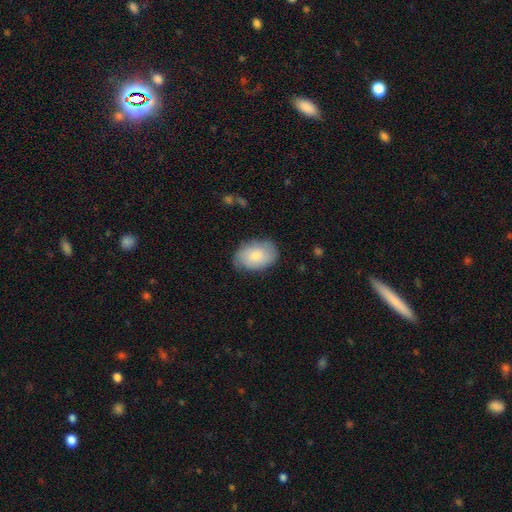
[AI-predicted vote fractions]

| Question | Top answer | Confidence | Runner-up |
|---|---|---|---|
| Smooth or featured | smooth | 75% | featured or disk (19%) |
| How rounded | in between | 87% | round (12%) |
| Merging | none | 75% | minor disturbance (20%) |